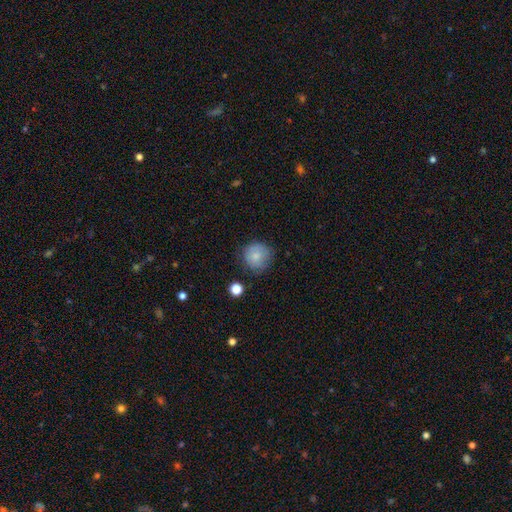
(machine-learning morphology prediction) Smooth or featured? smooth (80%)
How rounded? round (91%)
Merging? none (73%)